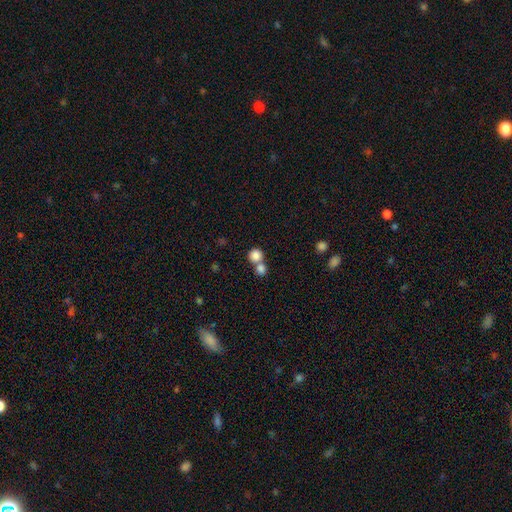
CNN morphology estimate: Smooth or featured?
  - smooth: 84% *
  - star or artifact: 10%
  - featured or disk: 6%
How rounded?
  - round: 89% *
  - in between: 10%
  - cigar-shaped: 1%
Merging?
  - merger: 46% * (tied)
  - none: 46% * (tied)
  - minor disturbance: 6%
  - major disturbance: 3%